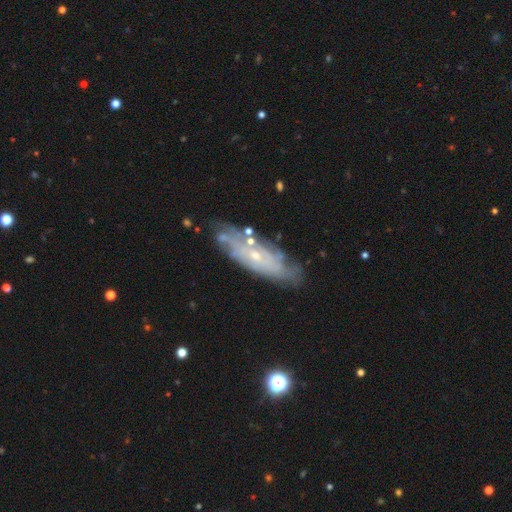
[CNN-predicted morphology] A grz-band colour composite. It shows a featured or disk galaxy (76%) with no bar (77%), tight (69%) spiral arms (82%) and a small central bulge (79%). Merging: none (72%).